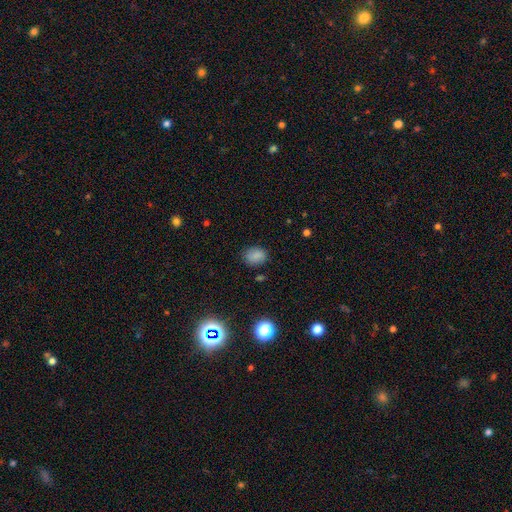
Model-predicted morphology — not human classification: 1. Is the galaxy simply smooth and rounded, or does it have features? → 83% smooth, 12% star or artifact, 4% featured or disk.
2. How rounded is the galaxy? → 61% in between, 38% round, 1% cigar-shaped.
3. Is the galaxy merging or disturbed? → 81% none, 14% minor disturbance, 3% major disturbance, 2% merger.